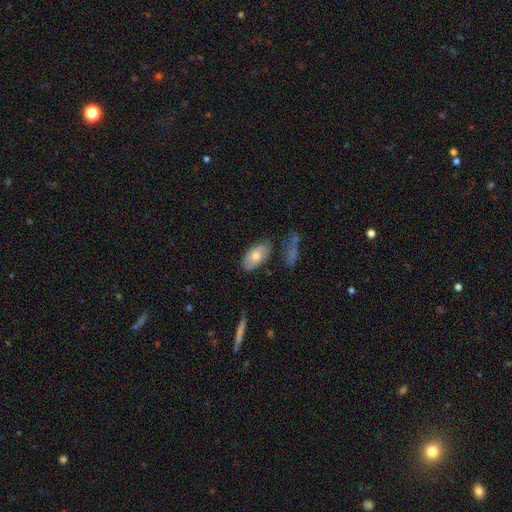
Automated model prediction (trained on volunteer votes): smooth 68%, featured or disk 26%, star or artifact 7%. Down the decision tree: how rounded — in between (93%); merging — none (73%).